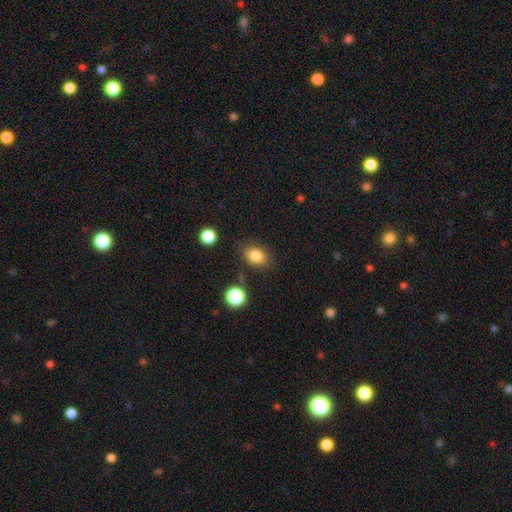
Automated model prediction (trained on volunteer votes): smooth-or-featured: smooth: 83% | star or artifact: 10% | featured or disk: 7%
  how-rounded: in between: 70% | round: 29% | cigar-shaped: 1%
  merging: none: 80% | minor disturbance: 13% | major disturbance: 4% | merger: 3%